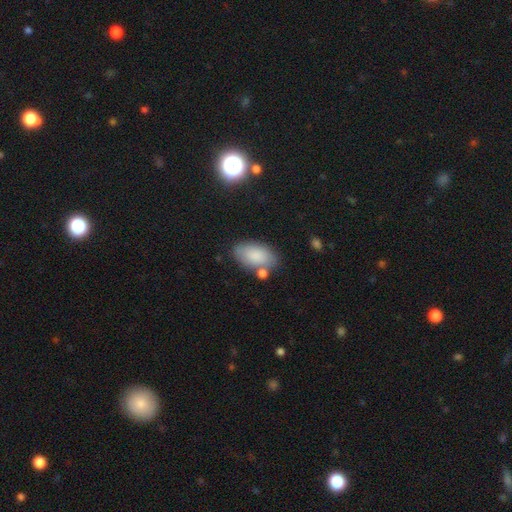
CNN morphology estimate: type=smooth (84%); roundness=in between (94%); merging=none (69%).